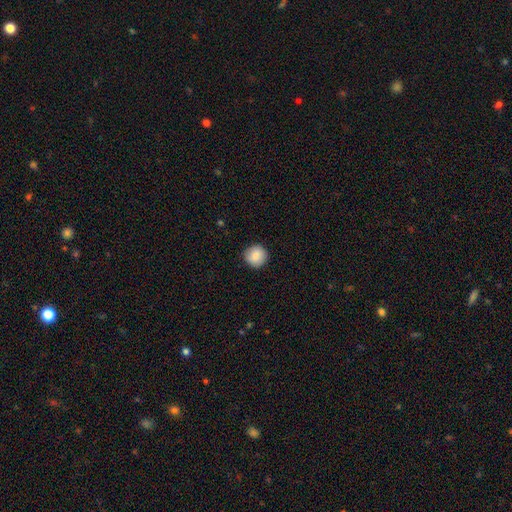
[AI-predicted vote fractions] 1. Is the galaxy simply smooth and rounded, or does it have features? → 87% smooth, 7% star or artifact, 6% featured or disk.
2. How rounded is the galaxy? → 94% round, 5% in between, 1% cigar-shaped.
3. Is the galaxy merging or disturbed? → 90% none, 7% minor disturbance, 2% major disturbance, 1% merger.